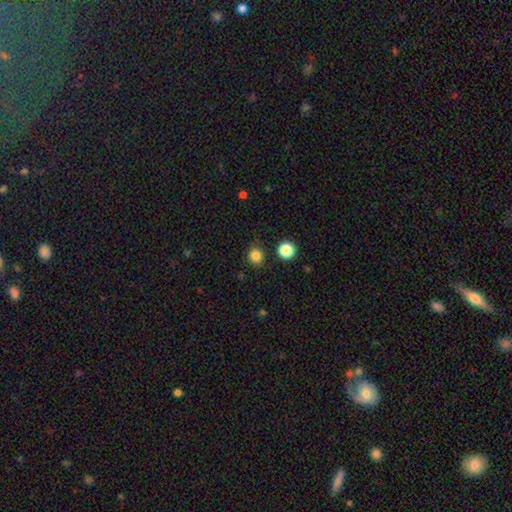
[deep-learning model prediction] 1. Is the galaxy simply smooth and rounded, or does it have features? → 83% smooth, 13% star or artifact, 4% featured or disk.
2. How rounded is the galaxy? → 89% round, 10% in between, 1% cigar-shaped.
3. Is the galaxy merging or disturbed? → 86% none, 8% minor disturbance, 3% merger, 2% major disturbance.